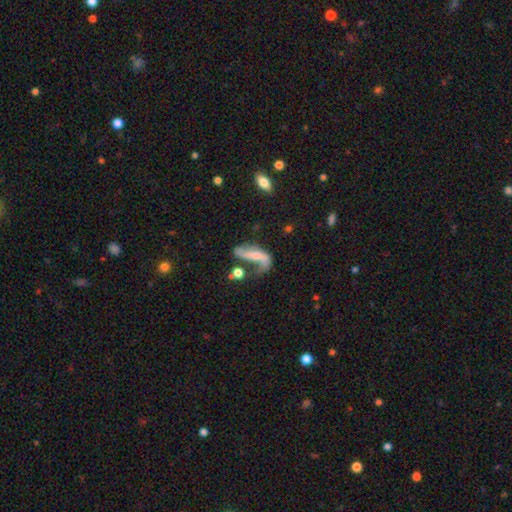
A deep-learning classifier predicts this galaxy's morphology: featured or disk 65%, smooth 27%, star or artifact 9%. Down the decision tree: edge-on disk — no (87%); bar — no (45%); spiral arms — yes (74%); bulge size — small (48%); merging — major disturbance (36%).